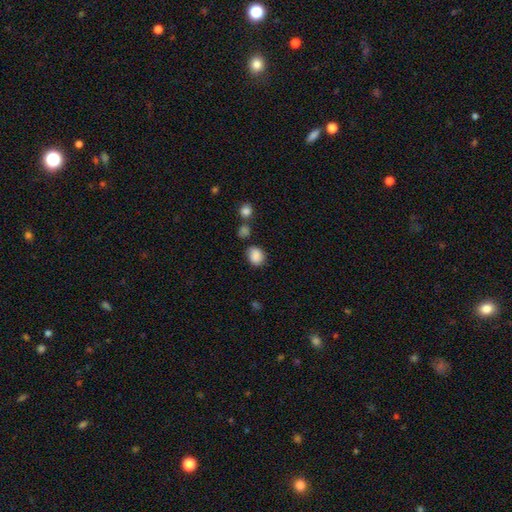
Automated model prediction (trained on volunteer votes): This appears to be a smooth galaxy with no disk features (85%) that is round (54%). Merging: none (68%).